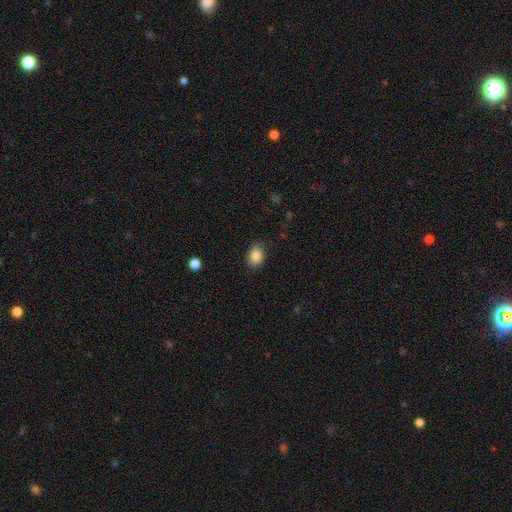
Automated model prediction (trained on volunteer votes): smooth_or_featured: smooth (p=0.86) [alt: star or artifact p=0.08]
how_rounded: in between (p=0.69) [alt: round p=0.30]
merging: none (p=0.82) [alt: minor disturbance p=0.13]